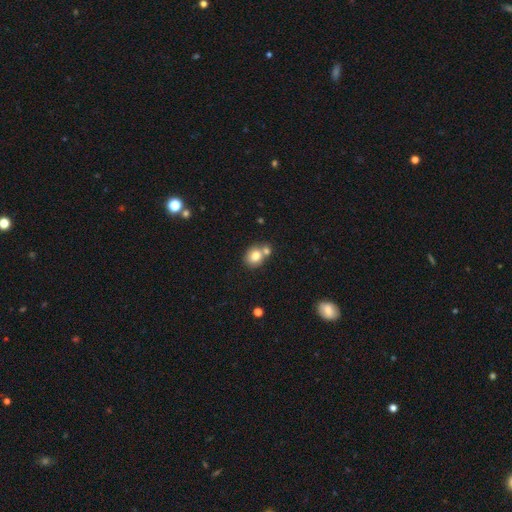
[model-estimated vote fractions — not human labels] smooth_or_featured: smooth (p=0.78) [alt: featured or disk p=0.12]
how_rounded: round (p=0.65) [alt: in between p=0.35]
merging: none (p=0.47) [alt: merger p=0.40]